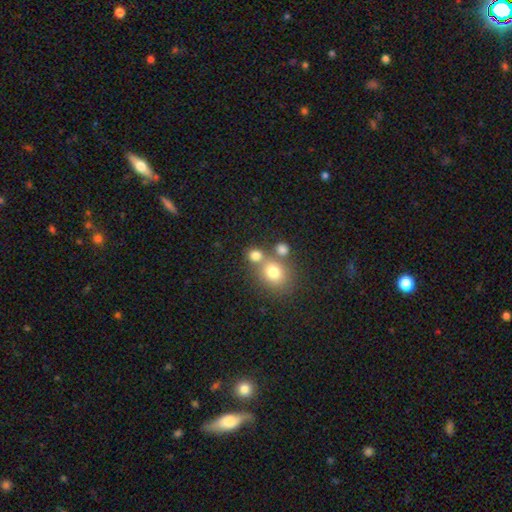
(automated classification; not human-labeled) Smooth or featured?
  - smooth: 76% *
  - star or artifact: 14%
  - featured or disk: 10%
How rounded?
  - round: 72% *
  - in between: 27%
  - cigar-shaped: 1%
Merging?
  - none: 50% *
  - merger: 36%
  - minor disturbance: 9%
  - major disturbance: 4%